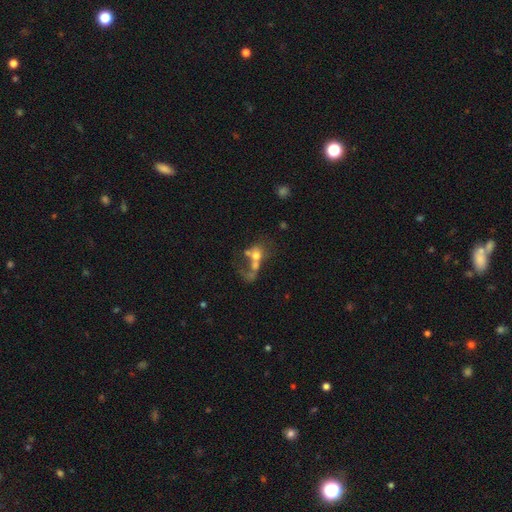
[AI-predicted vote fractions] This appears to be a smooth galaxy with no disk features (46%). Merging: merger (57%).